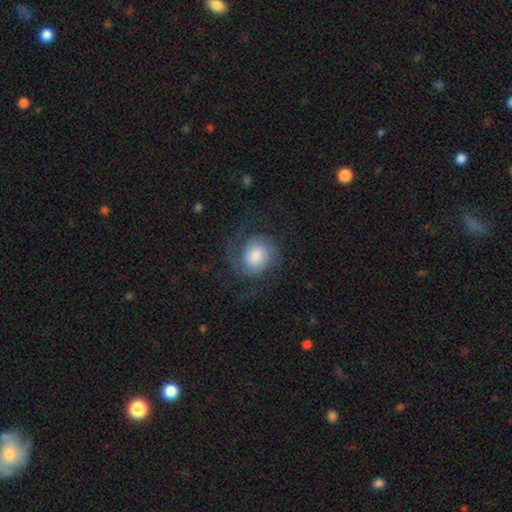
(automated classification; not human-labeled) Q: Smooth or featured?
A: featured or disk (67%); runner-up: smooth (25%)
Q: Edge-on disk?
A: no (98%); runner-up: yes (2%)
Q: Bar?
A: no (72%); runner-up: weak (24%)
Q: Spiral arms?
A: yes (94%); runner-up: no (6%)
Q: Spiral winding?
A: medium (47%); runner-up: tight (27%)
Q: Spiral arm count?
A: 2 (77%); runner-up: 3 (7%)
Q: Bulge size?
A: large (38%); runner-up: moderate (33%)
Q: Merging?
A: none (69%); runner-up: major disturbance (15%)